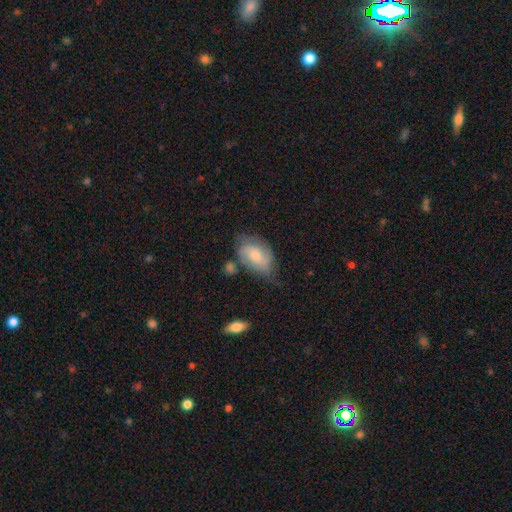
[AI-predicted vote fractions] This appears to be a smooth galaxy with no disk features (49%). Merging: none (47%).